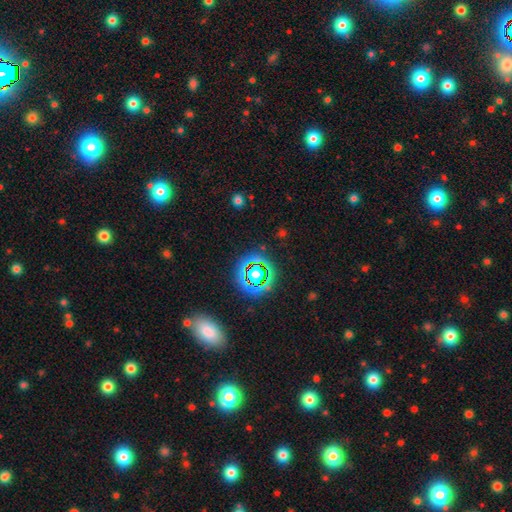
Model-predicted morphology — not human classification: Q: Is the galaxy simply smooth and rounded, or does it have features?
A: star or artifact — 62%.